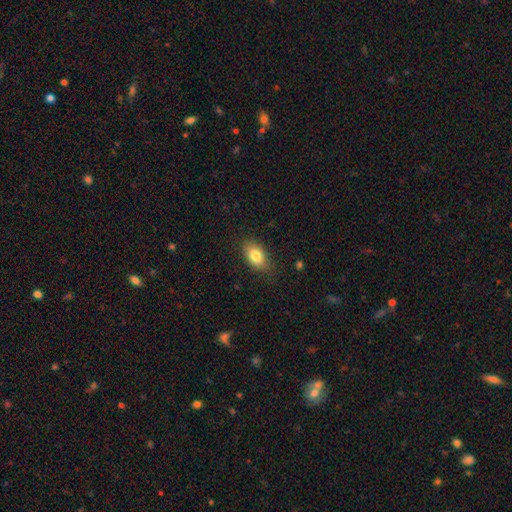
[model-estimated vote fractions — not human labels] Morphology: type=smooth (81%); roundness=in between (87%); merging=none (81%).